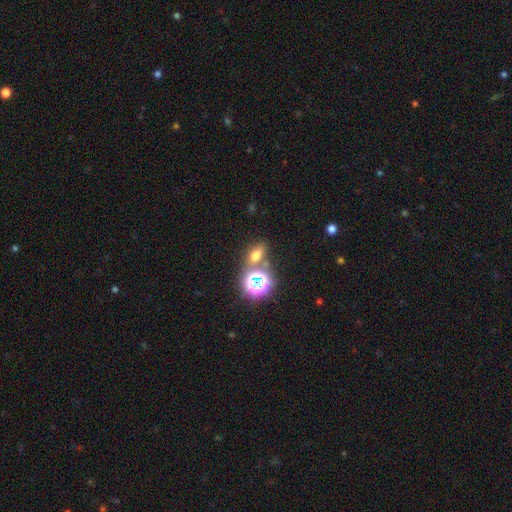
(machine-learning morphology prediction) Smooth or featured? Predicted: smooth (p=0.57). How rounded? Predicted: in between (p=0.66). Merging? Predicted: none (p=0.65).